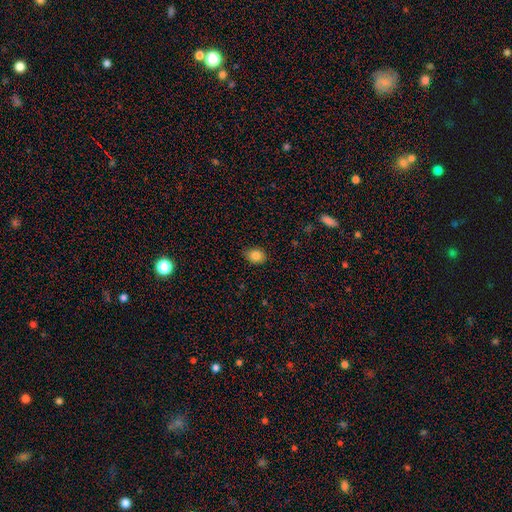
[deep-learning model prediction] This is clearly a smooth galaxy (83%). How rounded: likely in between (62%). Merging: clearly none (80%).